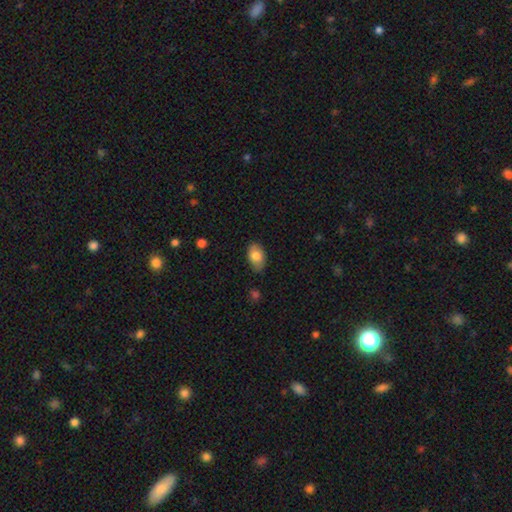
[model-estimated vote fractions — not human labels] This is clearly a smooth galaxy (82%). How rounded: clearly in between (90%). Merging: clearly none (81%).